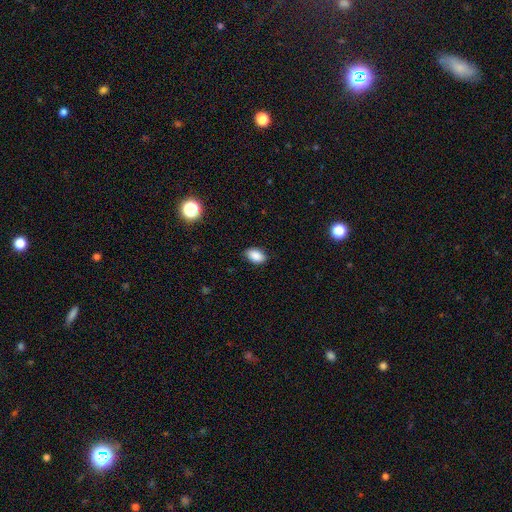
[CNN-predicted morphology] smooth_or_featured: smooth (p=0.88) [alt: star or artifact p=0.08]
how_rounded: in between (p=0.90) [alt: round p=0.09]
merging: none (p=0.85) [alt: minor disturbance p=0.11]